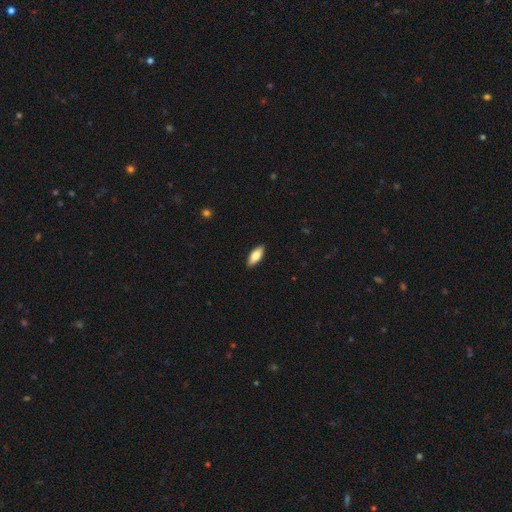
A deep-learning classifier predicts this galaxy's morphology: This is clearly a smooth galaxy (82%). How rounded: clearly in between (80%). Merging: clearly none (90%).